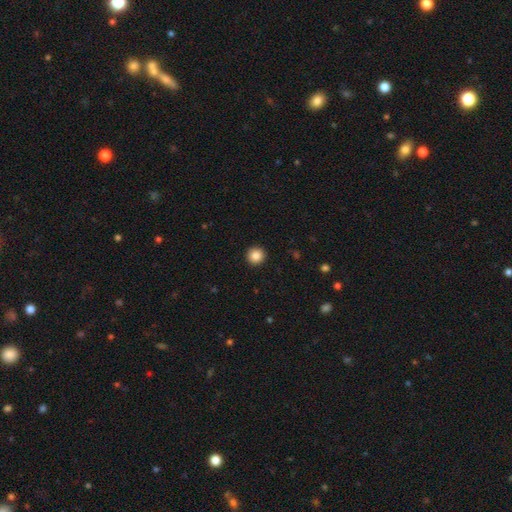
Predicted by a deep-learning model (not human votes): Smooth or featured? Predicted: smooth (p=0.87). How rounded? Predicted: round (p=0.95). Merging? Predicted: none (p=0.93).